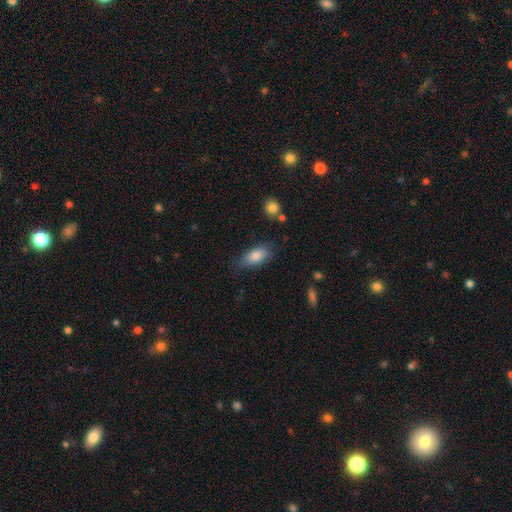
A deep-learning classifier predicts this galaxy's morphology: Smooth or featured? Predicted: smooth (p=0.85). How rounded? Predicted: in between (p=0.88). Merging? Predicted: none (p=0.72).